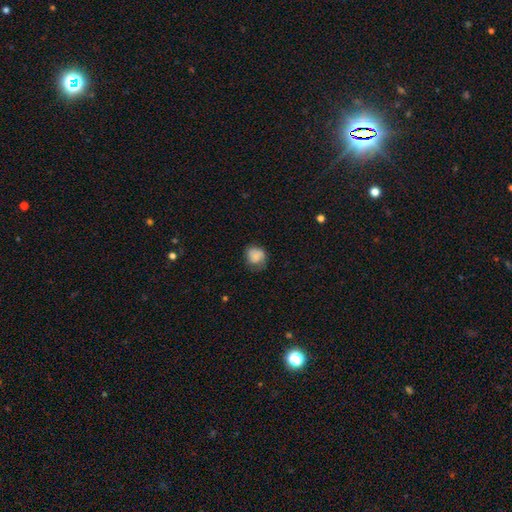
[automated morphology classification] A smooth galaxy with no disk features (76%) that is round (70%). Merging: none (57%).